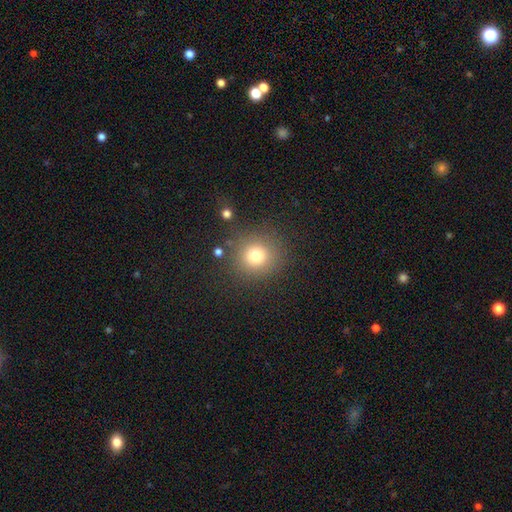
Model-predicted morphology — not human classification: Smooth or featured?
  - smooth: 76% *
  - star or artifact: 16%
  - featured or disk: 9%
How rounded?
  - round: 91% *
  - in between: 8%
  - cigar-shaped: 1%
Merging?
  - none: 85% *
  - minor disturbance: 8%
  - major disturbance: 4%
  - merger: 3%